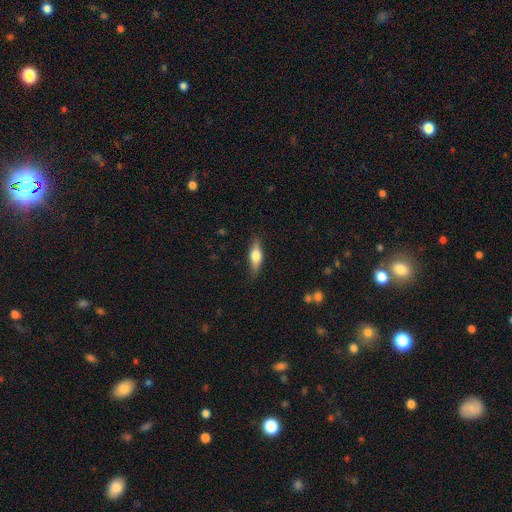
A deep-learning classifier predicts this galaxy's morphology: A smooth galaxy with no disk features (59%) that is in between round and cigar-shaped (56%).

Vote fractions:
- Smooth or featured? smooth: 59% / featured or disk: 34% / star or artifact: 7%
- How rounded? in between: 56% / cigar-shaped: 40% / round: 4%
- Merging? none: 82% / minor disturbance: 14% / major disturbance: 3% / merger: 1%